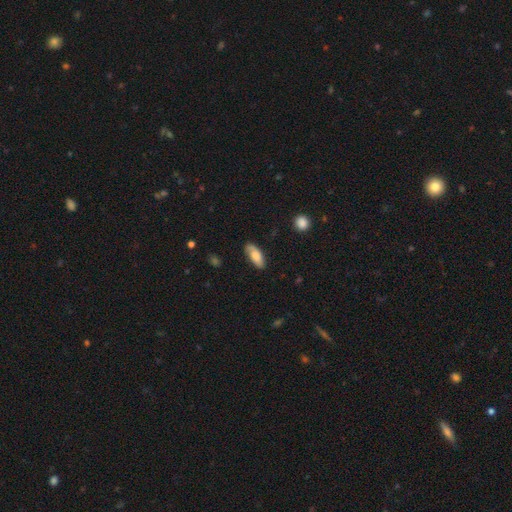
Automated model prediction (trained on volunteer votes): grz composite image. It shows a smooth galaxy with no disk features (75%) that is in between round and cigar-shaped (79%). Merging: none (76%).